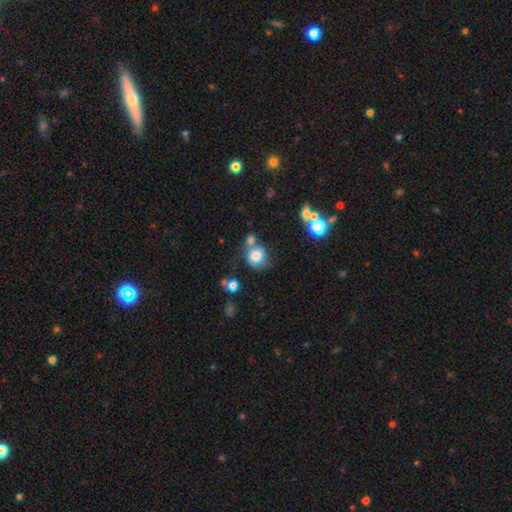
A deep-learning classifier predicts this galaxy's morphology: Q: Smooth or featured?
A: smooth (74%); runner-up: featured or disk (15%)
Q: How rounded?
A: round (73%); runner-up: in between (26%)
Q: Merging?
A: none (43%); runner-up: merger (27%)